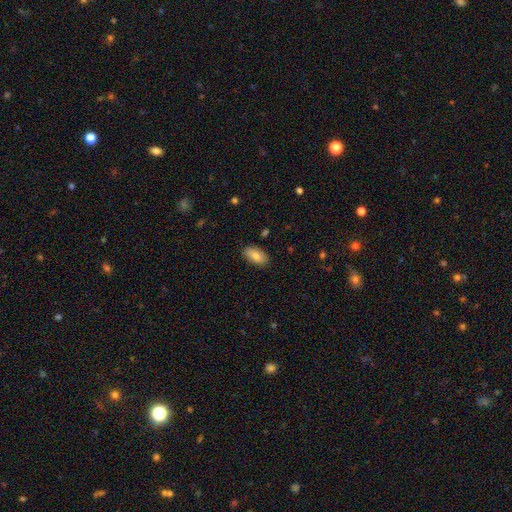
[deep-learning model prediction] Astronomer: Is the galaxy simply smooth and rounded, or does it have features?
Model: smooth — 81%.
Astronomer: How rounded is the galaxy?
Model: in between — 92%.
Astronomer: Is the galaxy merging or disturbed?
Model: none — 86%.